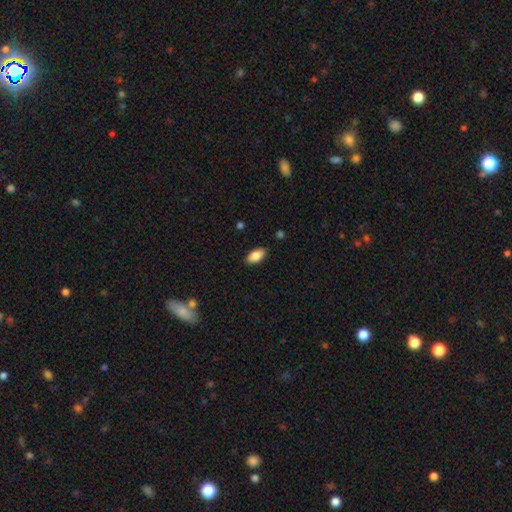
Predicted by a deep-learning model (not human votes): A smooth galaxy with no disk features (85%) that is in between round and cigar-shaped (93%).

Vote fractions:
- Smooth or featured? smooth: 85% / featured or disk: 8% / star or artifact: 7%
- How rounded? in between: 93% / cigar-shaped: 3% / round: 3%
- Merging? none: 88% / minor disturbance: 9% / major disturbance: 2% / merger: 1%